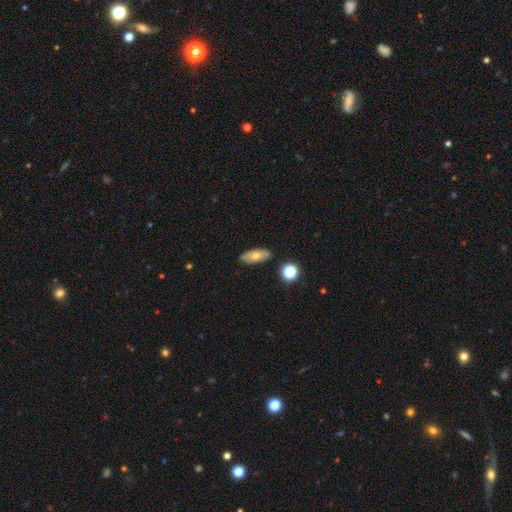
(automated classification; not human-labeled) Q: Smooth or featured?
A: smooth (63%); runner-up: featured or disk (28%)
Q: How rounded?
A: in between (81%); runner-up: cigar-shaped (14%)
Q: Merging?
A: none (84%); runner-up: minor disturbance (11%)